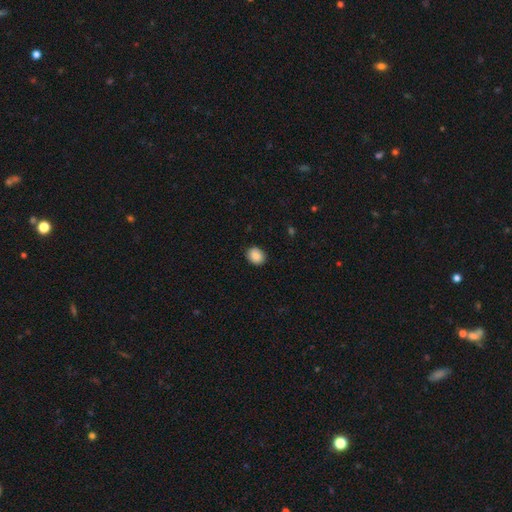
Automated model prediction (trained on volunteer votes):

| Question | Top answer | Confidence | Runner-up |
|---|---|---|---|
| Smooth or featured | smooth | 89% | star or artifact (8%) |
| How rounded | in between | 50% | round (49%) |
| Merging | none | 90% | minor disturbance (7%) |